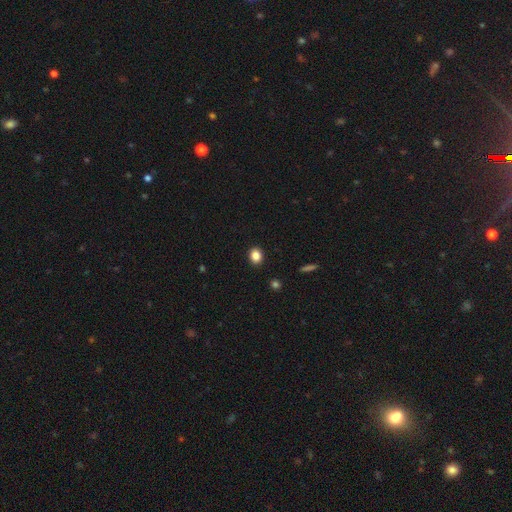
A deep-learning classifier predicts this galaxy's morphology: type=smooth (86%); roundness=round (61%); merging=none (91%).